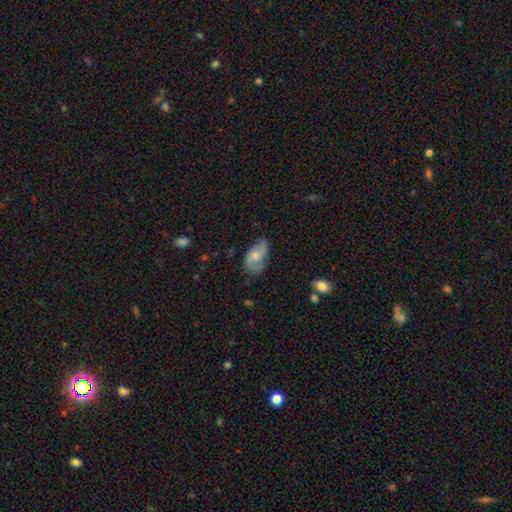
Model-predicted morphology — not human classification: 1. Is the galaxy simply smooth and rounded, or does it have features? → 49% featured or disk, 44% smooth, 7% star or artifact.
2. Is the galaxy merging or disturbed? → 55% none, 30% minor disturbance, 13% major disturbance, 2% merger.